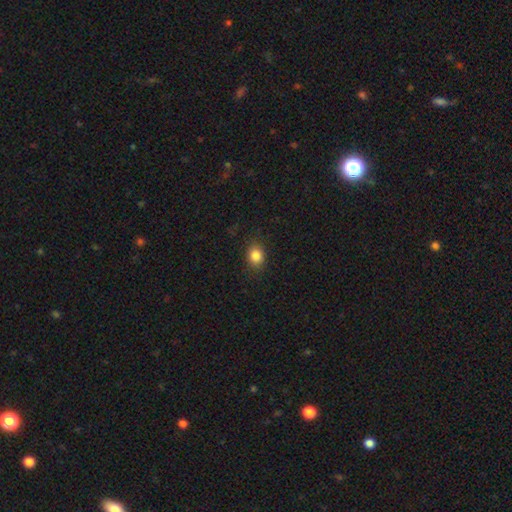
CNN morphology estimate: The model was most divided on "how rounded": round: 53%, in between: 45%, cigar-shaped: 1%. More confident: merging — none (85%); smooth or featured — smooth (85%).